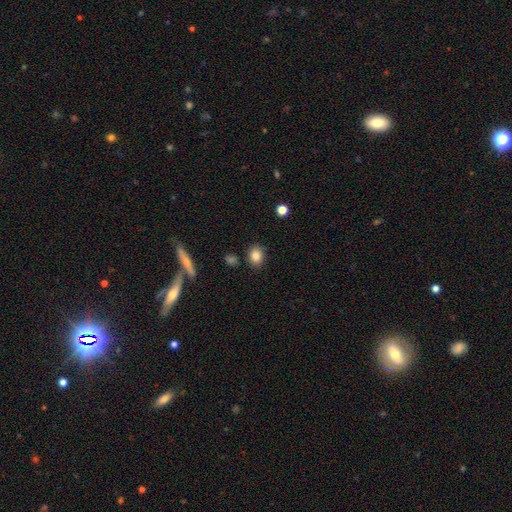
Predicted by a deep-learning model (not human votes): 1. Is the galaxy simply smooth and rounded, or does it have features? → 84% smooth, 9% star or artifact, 6% featured or disk.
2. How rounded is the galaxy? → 51% round, 48% in between, 1% cigar-shaped.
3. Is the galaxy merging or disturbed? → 83% none, 11% minor disturbance, 3% merger, 3% major disturbance.